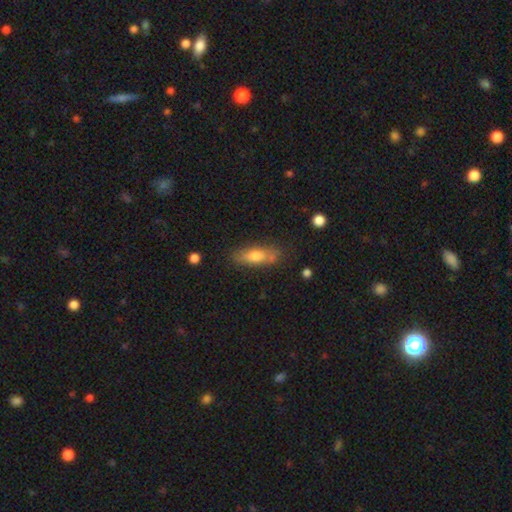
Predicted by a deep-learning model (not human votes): Smooth or featured: smooth — 69% (featured or disk — 24%)
How rounded: in between — 59% (cigar-shaped — 38%)
Merging: none — 68% (minor disturbance — 20%)